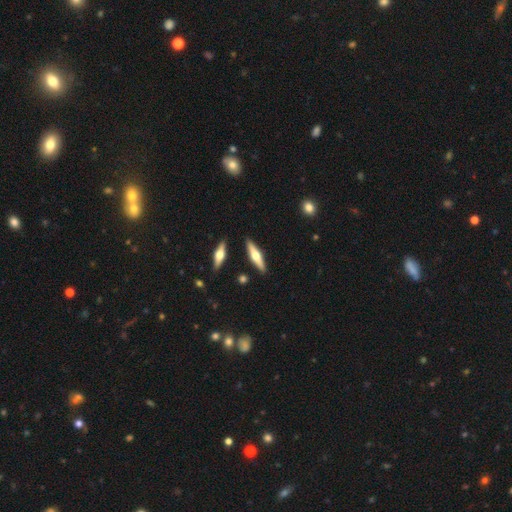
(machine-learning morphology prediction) Smooth or featured? Predicted: featured or disk (p=0.57). Edge-on disk? Predicted: yes (p=0.94). Edge-on bulge? Predicted: rounded (p=0.94). Merging? Predicted: none (p=0.87).